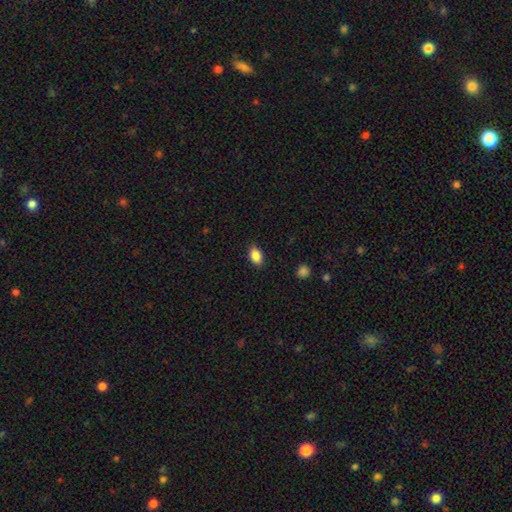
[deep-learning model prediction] Q: Smooth or featured?
A: smooth (87%); runner-up: star or artifact (8%)
Q: How rounded?
A: in between (88%); runner-up: round (10%)
Q: Merging?
A: none (87%); runner-up: minor disturbance (9%)